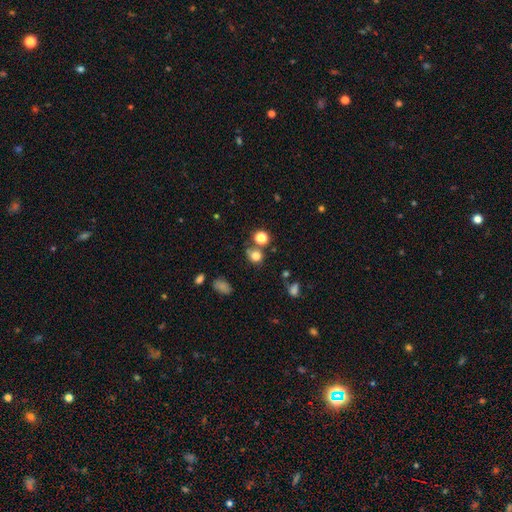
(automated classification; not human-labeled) A smooth galaxy with no disk features (77%) that is round (77%). Merging: none (61%).